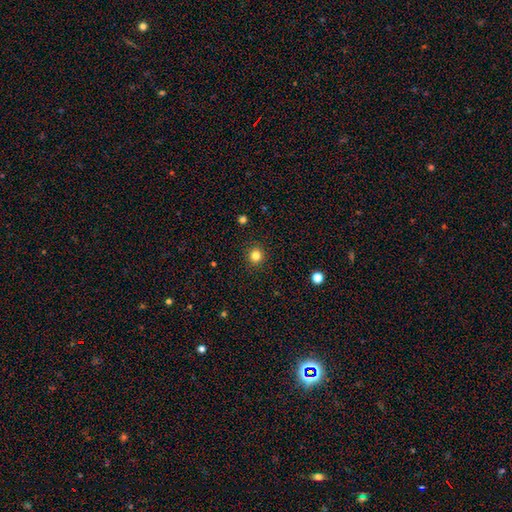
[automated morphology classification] Q: Smooth or featured?
A: smooth (82%); runner-up: star or artifact (13%)
Q: How rounded?
A: round (93%); runner-up: in between (6%)
Q: Merging?
A: none (92%); runner-up: minor disturbance (5%)